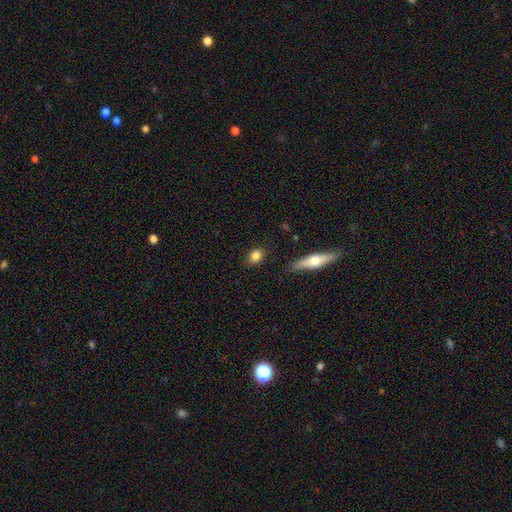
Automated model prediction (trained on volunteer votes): Overall: smooth (82%). How rounded: in between (59%; round 36%). Merging: none (86%).